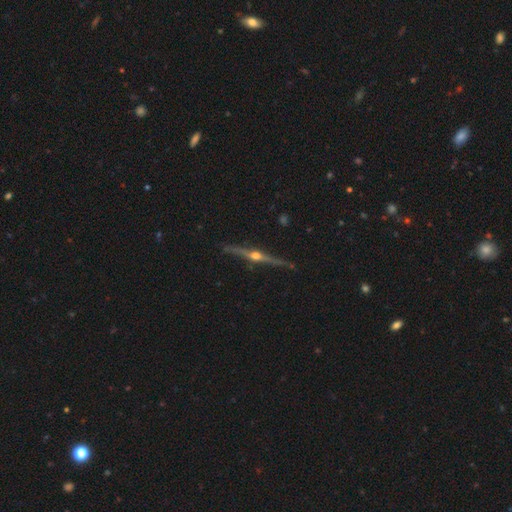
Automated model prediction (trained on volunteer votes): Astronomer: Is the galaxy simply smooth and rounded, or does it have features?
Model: featured or disk — 86%.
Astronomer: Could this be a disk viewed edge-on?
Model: yes — 98%.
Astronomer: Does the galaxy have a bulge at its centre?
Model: rounded — 96%.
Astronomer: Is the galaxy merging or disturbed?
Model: none — 87%.